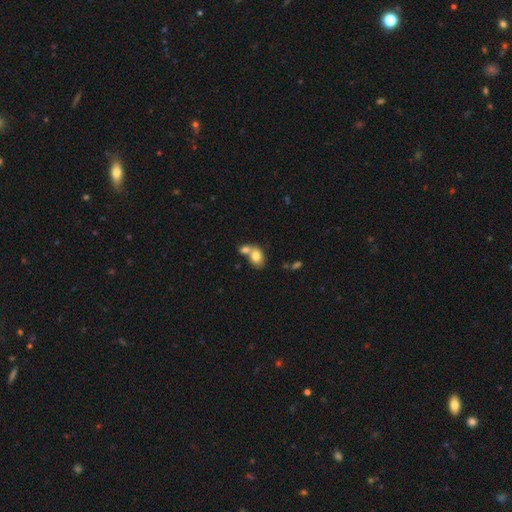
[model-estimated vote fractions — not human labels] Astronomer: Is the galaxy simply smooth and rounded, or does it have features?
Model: smooth — 78%.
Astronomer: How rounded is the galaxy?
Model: in between — 68%.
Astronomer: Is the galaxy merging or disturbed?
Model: merger — 57%.